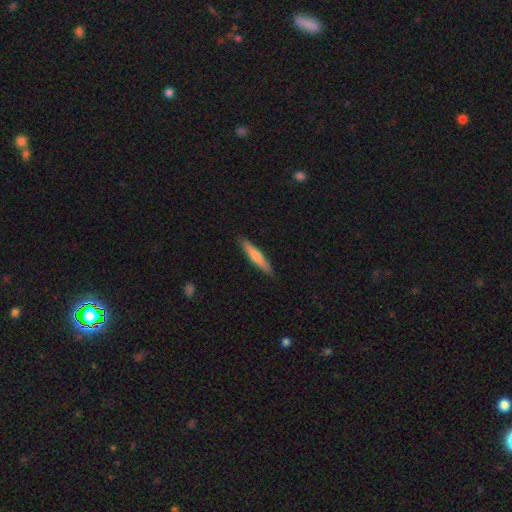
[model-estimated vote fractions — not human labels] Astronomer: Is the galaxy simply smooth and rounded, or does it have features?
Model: smooth — 57% (runner-up: featured or disk, 38%).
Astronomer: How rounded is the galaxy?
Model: cigar-shaped — 92%.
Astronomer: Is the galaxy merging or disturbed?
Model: none — 90%.